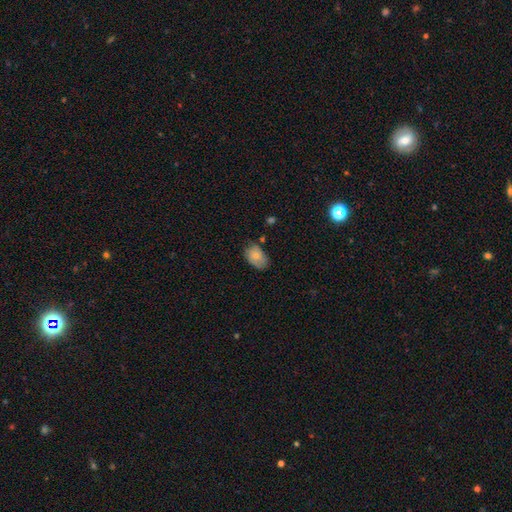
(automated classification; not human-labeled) Smooth or featured: smooth — 75% (featured or disk — 18%)
How rounded: in between — 84% (round — 15%)
Merging: none — 59% (minor disturbance — 31%)